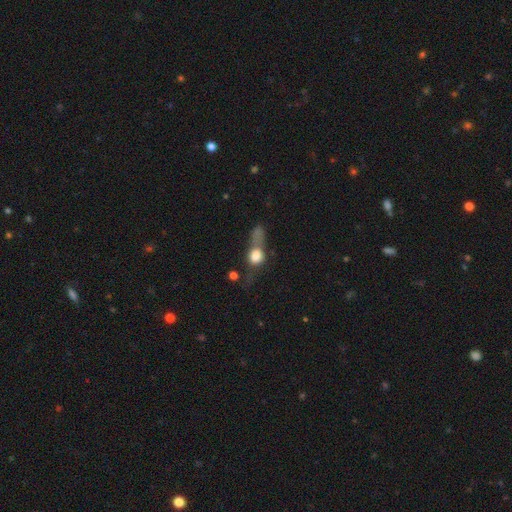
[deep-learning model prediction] smooth-or-featured: smooth: 66% | featured or disk: 22% | star or artifact: 12%
  how-rounded: round: 58% | in between: 33% | cigar-shaped: 8%
  merging: major disturbance: 33% | merger: 27% | none: 24% | minor disturbance: 16%